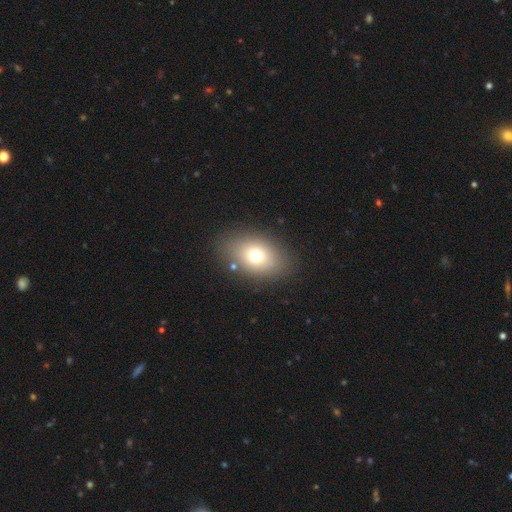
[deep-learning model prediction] A smooth galaxy with no disk features (72%) that is in between round and cigar-shaped (77%). Merging: none (83%).